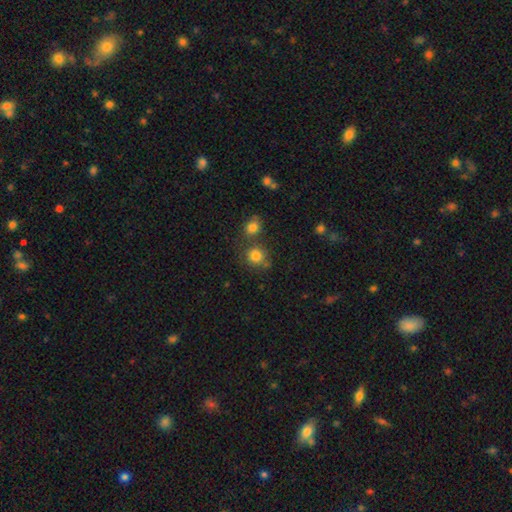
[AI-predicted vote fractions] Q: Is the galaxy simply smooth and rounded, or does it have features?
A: smooth — 82%.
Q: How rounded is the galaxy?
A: round — 88%.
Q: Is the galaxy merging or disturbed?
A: none — 64%.